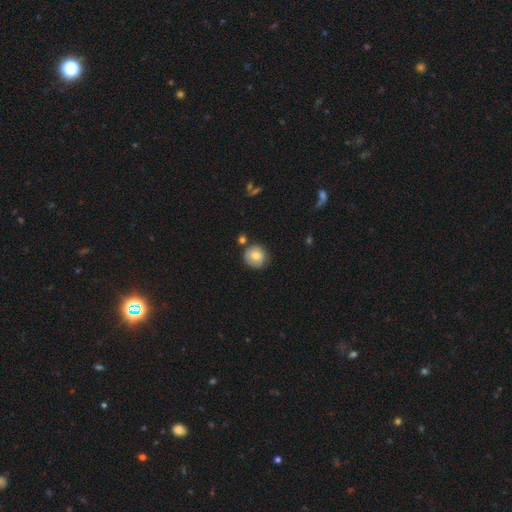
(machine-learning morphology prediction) This appears to be a smooth galaxy with no disk features (75%) that is round (92%). Merging: none (74%).